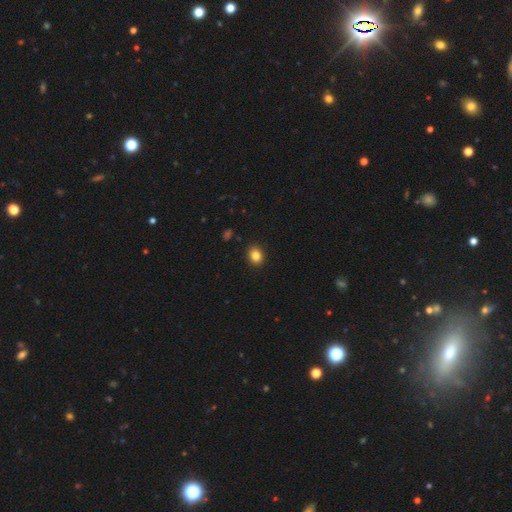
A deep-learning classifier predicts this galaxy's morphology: smooth 83%, star or artifact 11%, featured or disk 6%. Down the decision tree: how rounded — round (63%); merging — none (91%).